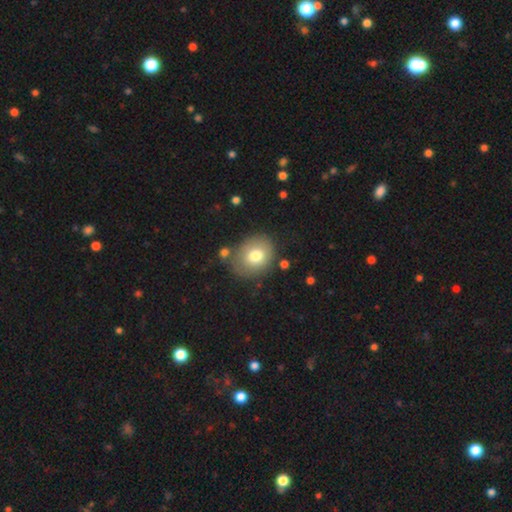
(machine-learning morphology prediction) type=smooth (74%); roundness=round (57%); merging=none (70%).